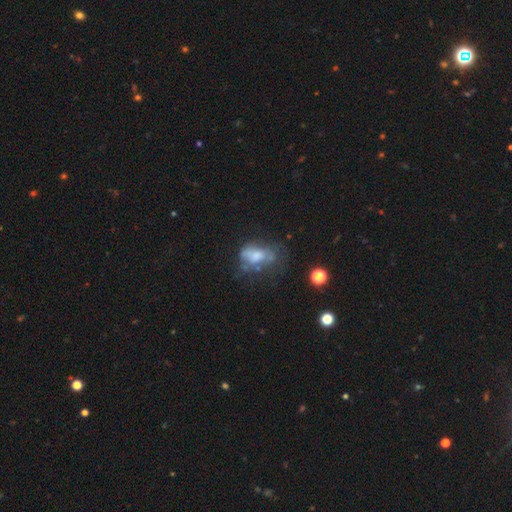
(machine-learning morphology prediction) smooth 46%, featured or disk 41%, star or artifact 13%. Down the decision tree: merging — major disturbance (32%).